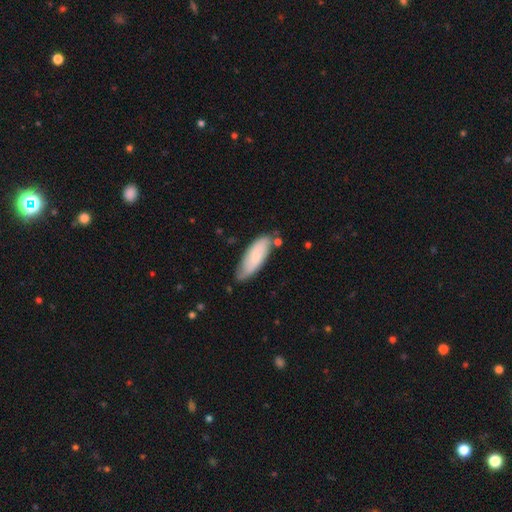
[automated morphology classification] Smooth or featured: smooth — 72% (featured or disk — 22%)
How rounded: in between — 63% (cigar-shaped — 35%)
Merging: none — 67% (minor disturbance — 24%)